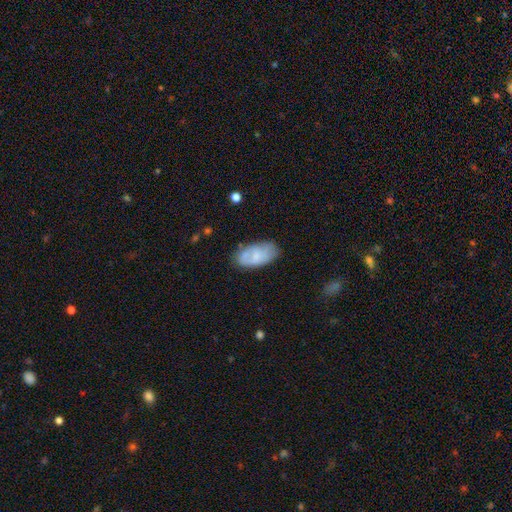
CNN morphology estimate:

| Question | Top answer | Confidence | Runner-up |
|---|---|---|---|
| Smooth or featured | smooth | 64% | featured or disk (29%) |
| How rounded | in between | 93% | cigar-shaped (4%) |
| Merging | none | 70% | minor disturbance (22%) |